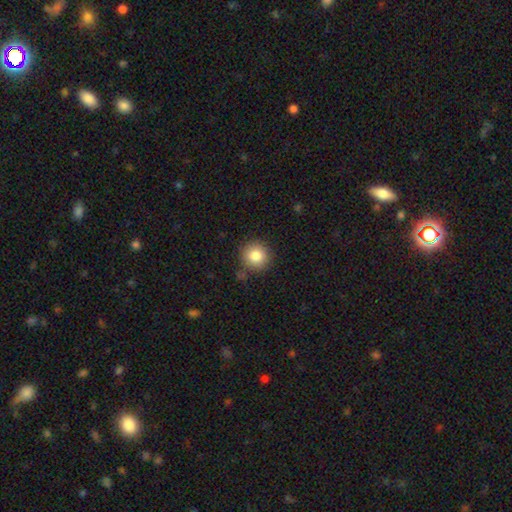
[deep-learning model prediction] Smooth or featured?
  - smooth: 83% *
  - star or artifact: 10%
  - featured or disk: 7%
How rounded?
  - round: 93% *
  - in between: 6%
  - cigar-shaped: 1%
Merging?
  - none: 83% *
  - minor disturbance: 11%
  - major disturbance: 3%
  - merger: 3%